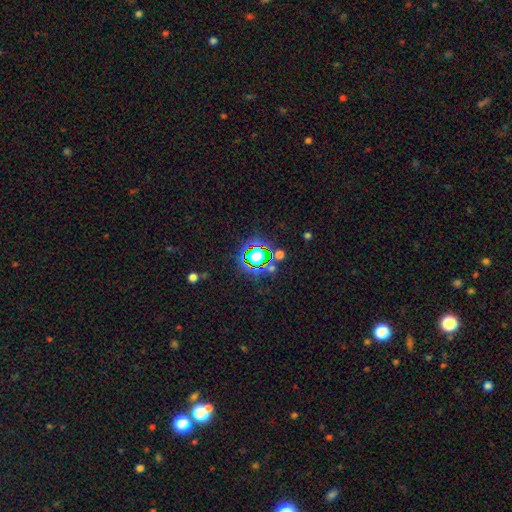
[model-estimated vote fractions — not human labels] smooth-or-featured: star or artifact: 63% | smooth: 25% | featured or disk: 12%